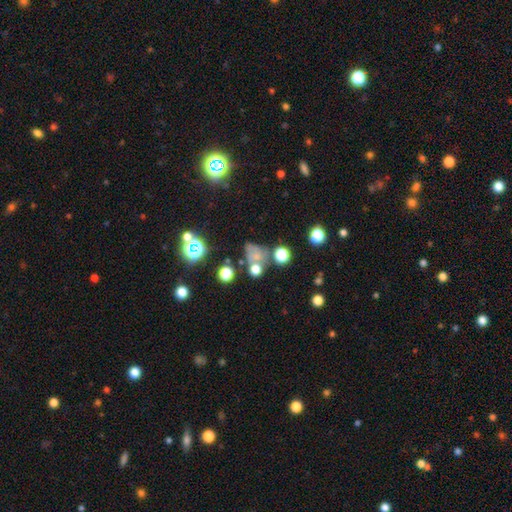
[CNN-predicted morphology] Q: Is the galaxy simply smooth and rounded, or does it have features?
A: smooth — 54%.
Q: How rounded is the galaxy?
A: round — 52%.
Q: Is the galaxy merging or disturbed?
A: none — 36%.